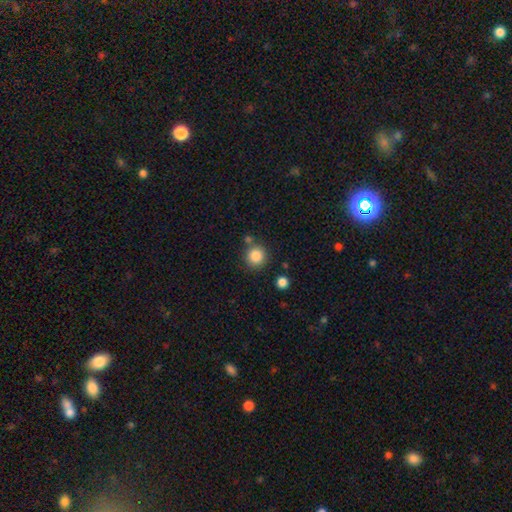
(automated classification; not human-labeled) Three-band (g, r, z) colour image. It shows a smooth galaxy with no disk features (86%) that is round (92%). Merging: none (77%).